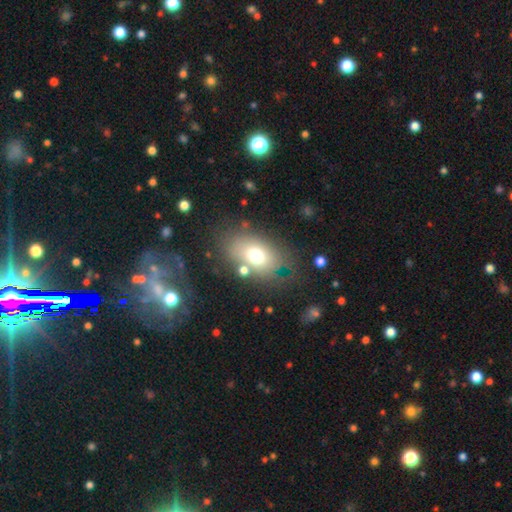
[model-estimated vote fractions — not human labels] smooth_or_featured: smooth (p=0.64) [alt: featured or disk p=0.23]
how_rounded: in between (p=0.76) [alt: round p=0.22]
merging: none (p=0.62) [alt: minor disturbance p=0.17]